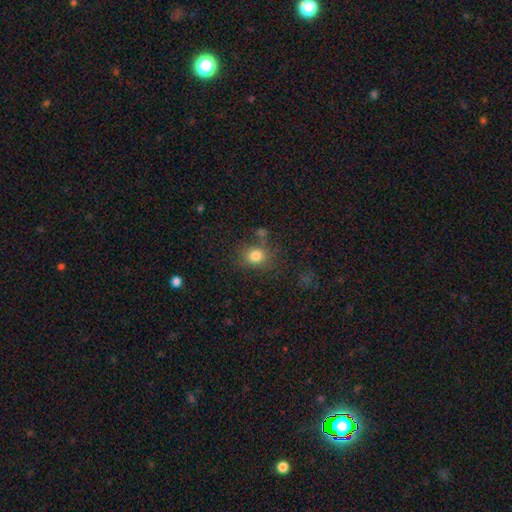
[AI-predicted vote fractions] Smooth or featured? Predicted: smooth (p=0.80). How rounded? Predicted: round (p=0.69). Merging? Predicted: none (p=0.68).